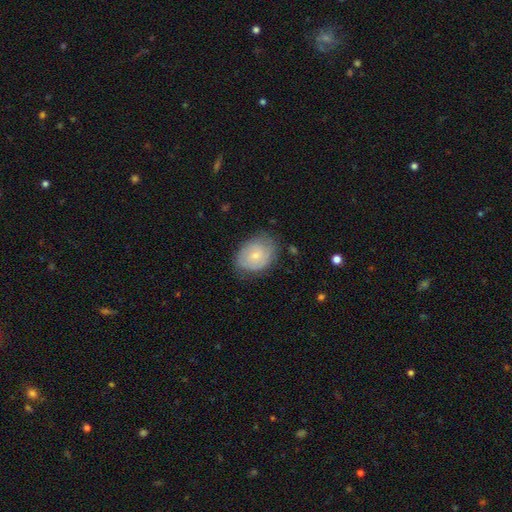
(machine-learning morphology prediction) type=smooth (52%); roundness=in between (68%); merging=none (69%).